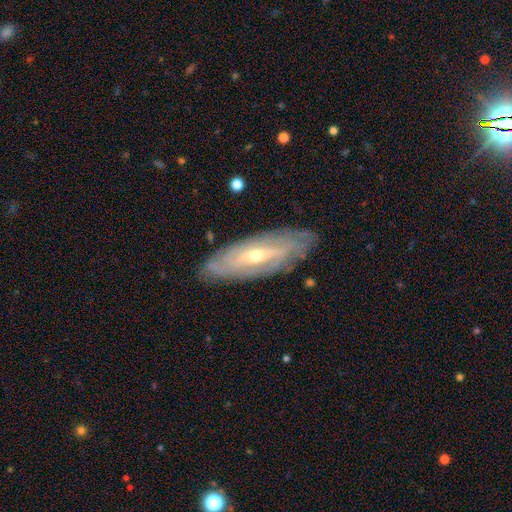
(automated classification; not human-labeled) smooth_or_featured: featured or disk (p=0.78) [alt: smooth p=0.16]
disk_edge_on: no (p=0.77) [alt: yes p=0.23]
bar: no (p=0.43) [alt: weak p=0.36]
has_spiral_arms: yes (p=0.78) [alt: no p=0.22]
bulge_size: small (p=0.50) [alt: moderate p=0.47]
merging: none (p=0.82) [alt: minor disturbance p=0.13]